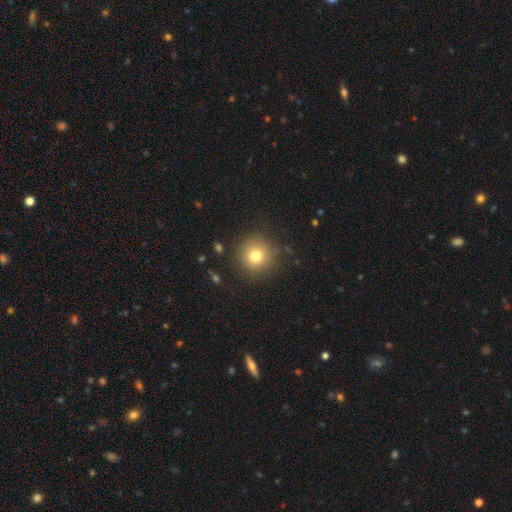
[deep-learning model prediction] A smooth galaxy with no disk features (77%) that is round (94%).

Vote fractions:
- Smooth or featured? smooth: 77% / star or artifact: 12% / featured or disk: 10%
- How rounded? round: 94% / in between: 5% / cigar-shaped: 1%
- Merging? none: 86% / minor disturbance: 9% / major disturbance: 3% / merger: 2%